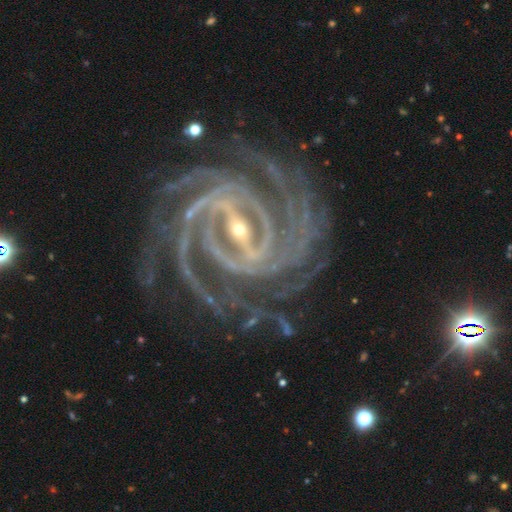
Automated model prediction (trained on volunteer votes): Overall: featured or disk (94%). Edge-on disk: no (98%). Bar: strong (71%). Spiral arms: yes (99%). Spiral arm count: 4 (31%; more than 4 19%). Spiral winding: tight (79%). Bulge size: small (72%). Merging: none (78%).